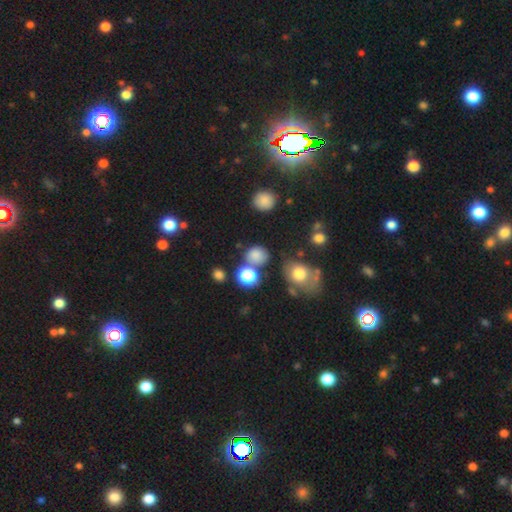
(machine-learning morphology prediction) The model was most divided on "merging": none: 65%, merger: 16%, minor disturbance: 13%, major disturbance: 5%. More confident: how rounded — round (77%); smooth or featured — smooth (77%).